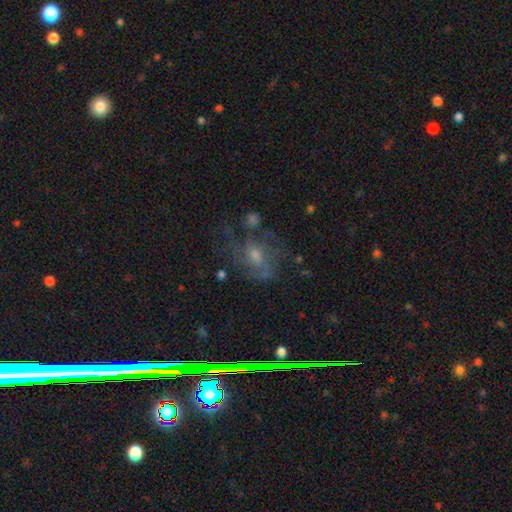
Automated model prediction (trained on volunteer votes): Smooth or featured?
  - featured or disk: 51% *
  - star or artifact: 30%
  - smooth: 19%
Edge-on disk?
  - no: 91% *
  - yes: 9%
Merging?
  - none: 63% *
  - minor disturbance: 18%
  - major disturbance: 14%
  - merger: 5%